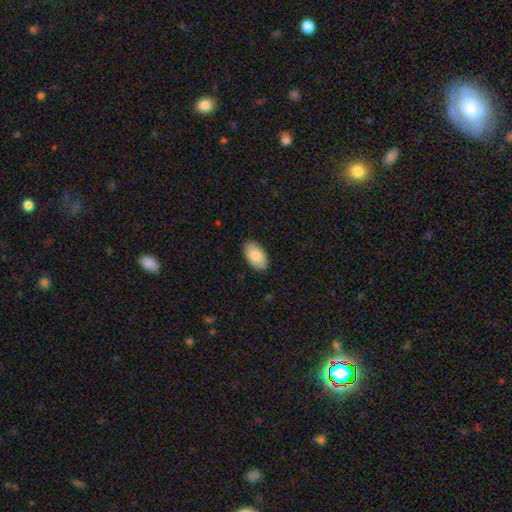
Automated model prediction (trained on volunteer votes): Smooth or featured? Predicted: smooth (p=0.85). How rounded? Predicted: in between (p=0.96). Merging? Predicted: none (p=0.89).